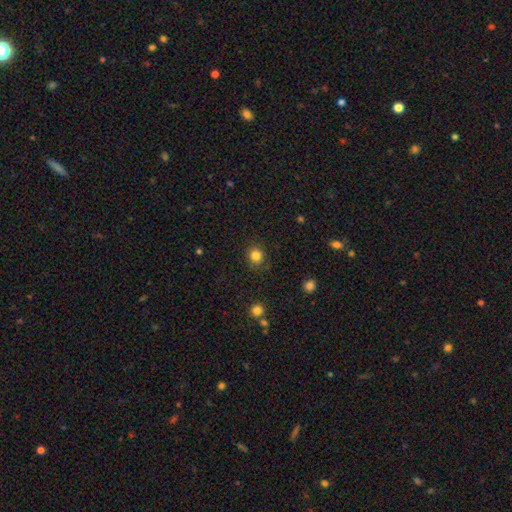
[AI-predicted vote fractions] Overall: smooth (83%). How rounded: round (86%). Merging: none (86%).